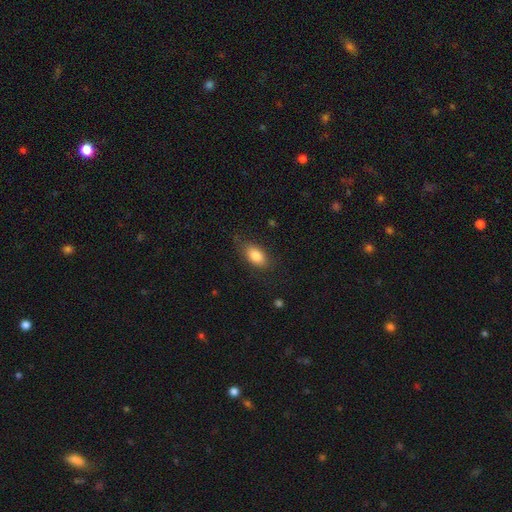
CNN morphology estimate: smooth 83%, featured or disk 9%, star or artifact 7%. Down the decision tree: how rounded — in between (89%); merging — none (76%).